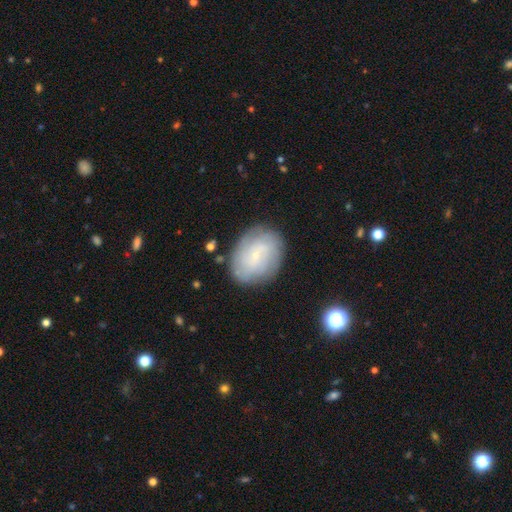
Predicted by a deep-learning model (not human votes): Smooth or featured? Predicted: featured or disk (p=0.53). Edge-on disk? Predicted: no (p=0.96). Bar? Predicted: no (p=0.65). Spiral arms? Predicted: yes (p=0.77). Bulge size? Predicted: small (p=0.83). Merging? Predicted: none (p=0.79).